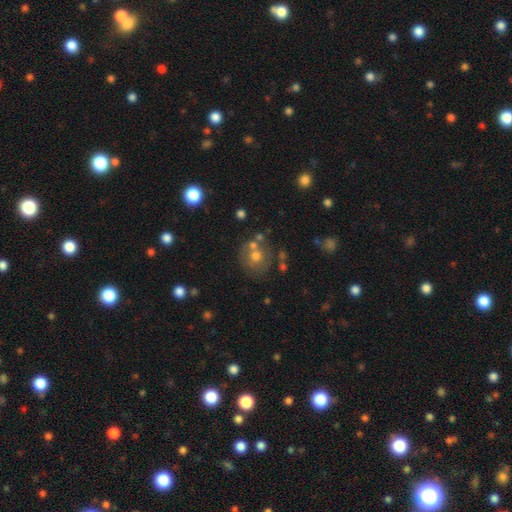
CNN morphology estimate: The model was most divided on "smooth or featured": smooth: 51%, featured or disk: 28%, star or artifact: 21%. More confident: how rounded — round (82%); merging — none (61%).